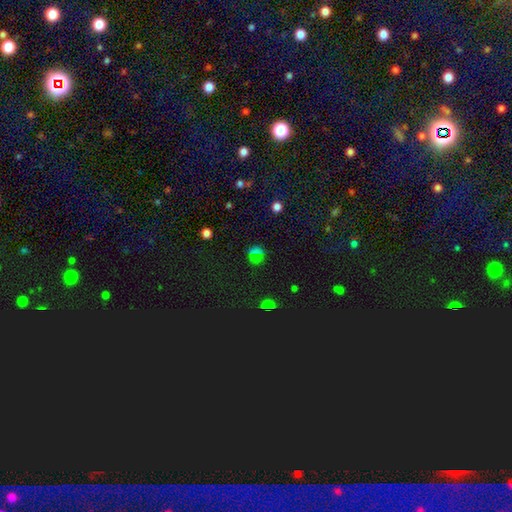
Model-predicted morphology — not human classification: smooth 49%, star or artifact 41%, featured or disk 9%. Down the decision tree: merging — none (67%).